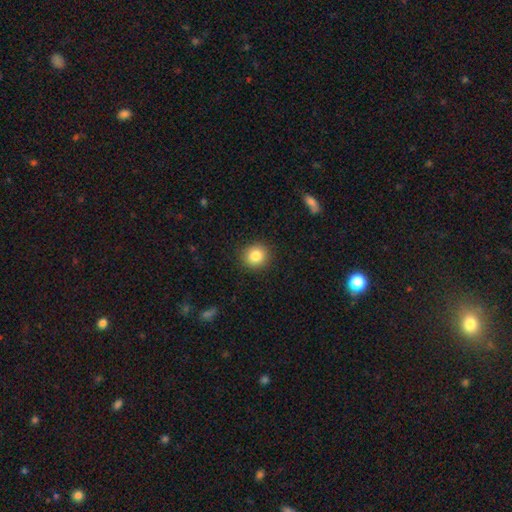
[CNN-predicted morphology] This is clearly a smooth galaxy (84%). How rounded: clearly round (86%). Merging: clearly none (90%).